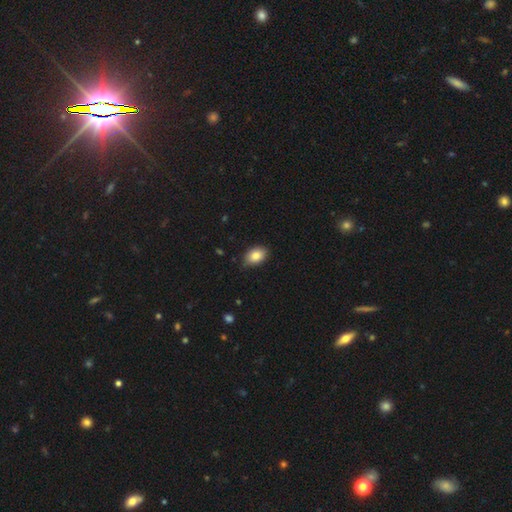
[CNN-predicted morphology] A smooth galaxy with no disk features (85%) that is in between round and cigar-shaped (83%).

Vote fractions:
- Smooth or featured? smooth: 85% / star or artifact: 8% / featured or disk: 7%
- How rounded? in between: 83% / round: 15% / cigar-shaped: 1%
- Merging? none: 78% / minor disturbance: 18% / major disturbance: 2% / merger: 1%